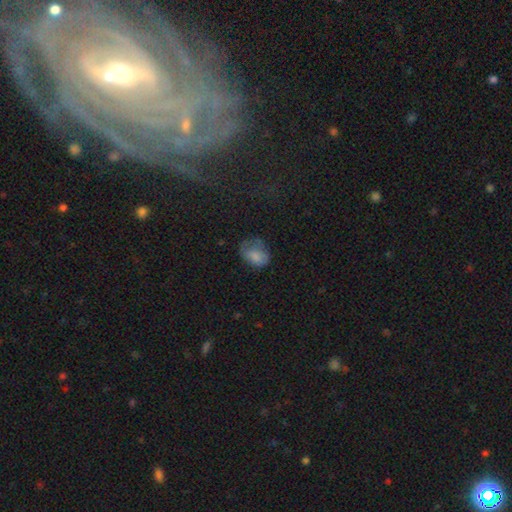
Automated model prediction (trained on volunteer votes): smooth 70%, featured or disk 20%, star or artifact 10%. Down the decision tree: how rounded — in between (69%); merging — none (43%).